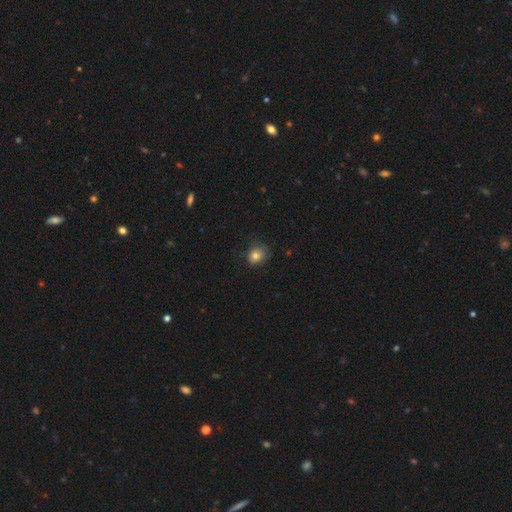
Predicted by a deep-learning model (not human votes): smooth 79%, star or artifact 11%, featured or disk 10%. Down the decision tree: how rounded — round (66%); merging — none (68%).